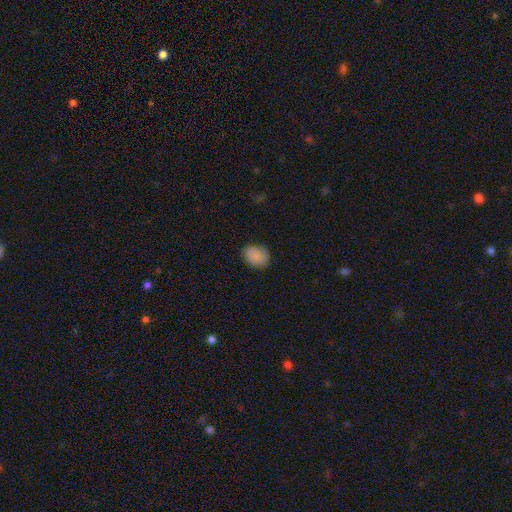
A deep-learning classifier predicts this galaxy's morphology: smooth_or_featured: smooth (p=0.73) [alt: featured or disk p=0.19]
how_rounded: in between (p=0.52) [alt: round p=0.47]
merging: none (p=0.75) [alt: minor disturbance p=0.19]